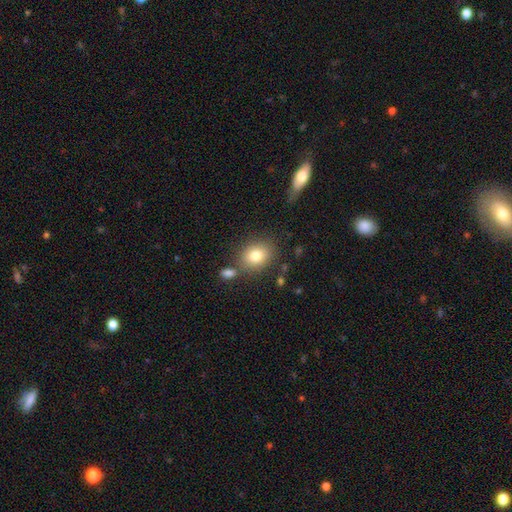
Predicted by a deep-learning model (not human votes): This is likely a smooth galaxy (80%). How rounded: possibly round (50%). Merging: likely none (75%).